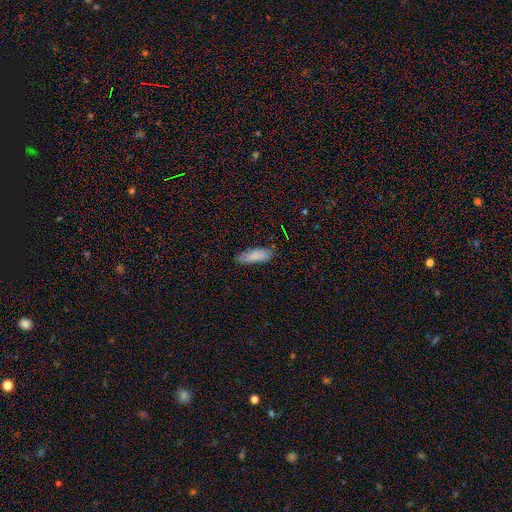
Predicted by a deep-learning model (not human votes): The model was most divided on "how rounded": in between: 57%, cigar-shaped: 41%, round: 2%. More confident: smooth or featured — smooth (84%); merging — none (76%).